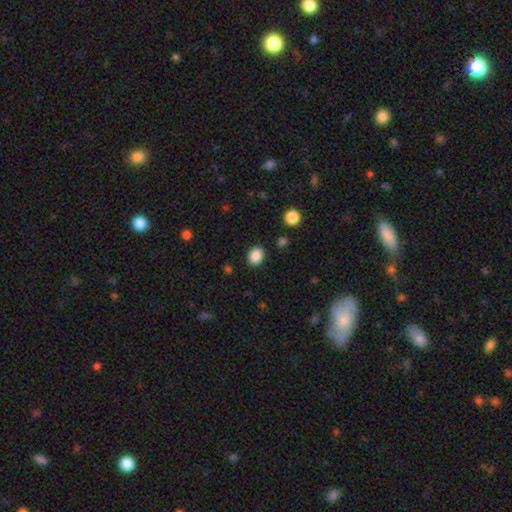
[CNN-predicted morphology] smooth_or_featured: smooth (p=0.87) [alt: star or artifact p=0.10]
how_rounded: round (p=0.51) [alt: in between p=0.48]
merging: none (p=0.87) [alt: minor disturbance p=0.09]